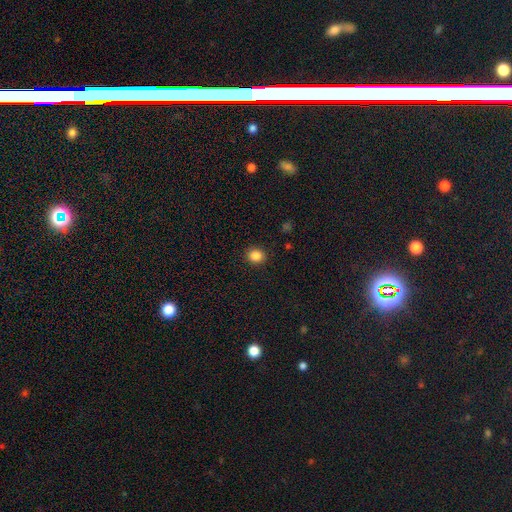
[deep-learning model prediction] smooth 86%, star or artifact 11%, featured or disk 3%. Down the decision tree: how rounded — round (78%); merging — none (90%).